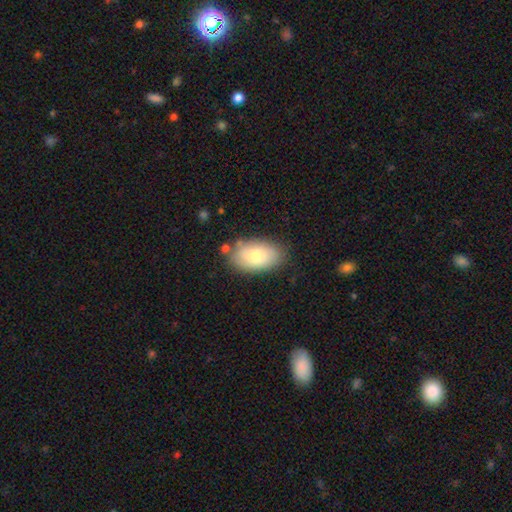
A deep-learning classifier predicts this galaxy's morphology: Smooth or featured? smooth (80%)
How rounded? in between (93%)
Merging? none (78%)